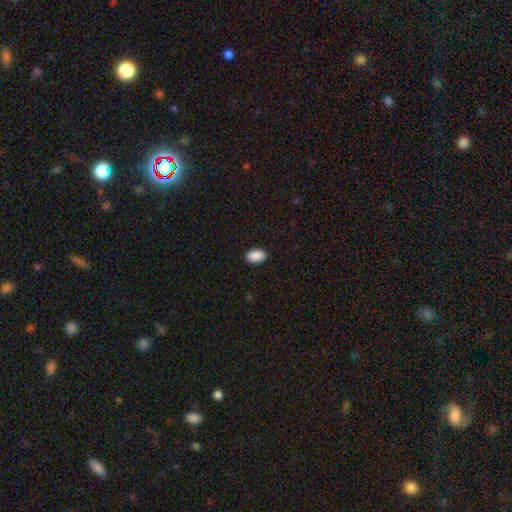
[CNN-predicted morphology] smooth 91%, star or artifact 7%, featured or disk 2%. Down the decision tree: how rounded — in between (90%); merging — none (90%).